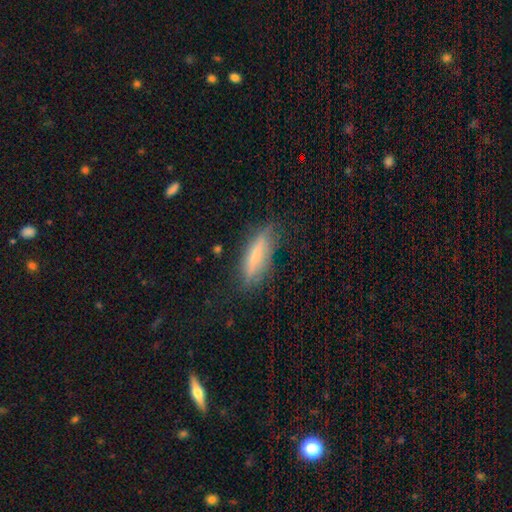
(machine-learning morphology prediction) This appears to be a smooth galaxy with no disk features (56%) that is cigar-shaped (62%). Merging: none (74%).